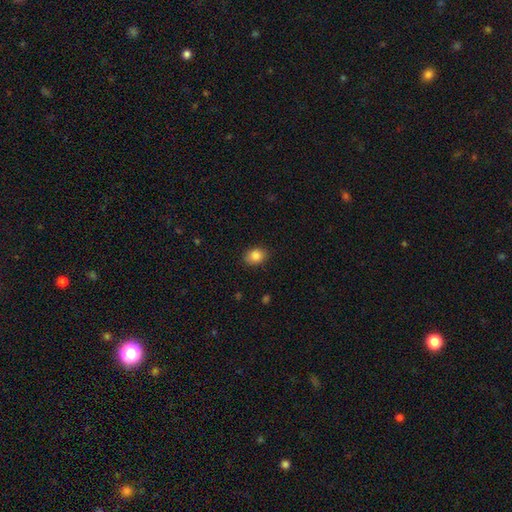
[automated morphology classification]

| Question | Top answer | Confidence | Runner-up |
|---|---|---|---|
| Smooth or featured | smooth | 85% | star or artifact (9%) |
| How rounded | in between | 67% | round (32%) |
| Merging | none | 87% | minor disturbance (10%) |